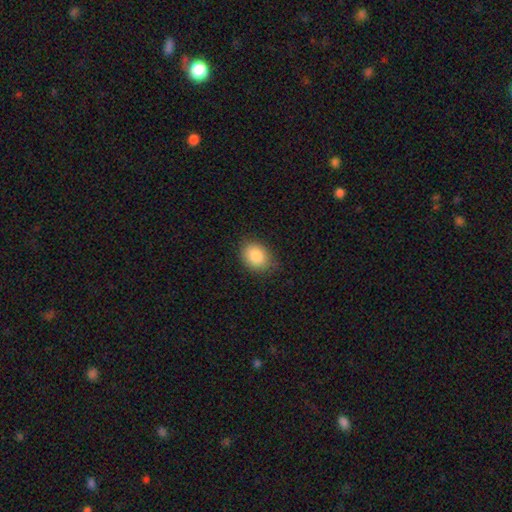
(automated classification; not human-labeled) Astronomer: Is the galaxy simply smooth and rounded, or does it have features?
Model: smooth — 87%.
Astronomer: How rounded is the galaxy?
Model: in between — 61% (runner-up: round, 38%).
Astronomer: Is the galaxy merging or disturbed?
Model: none — 79%.